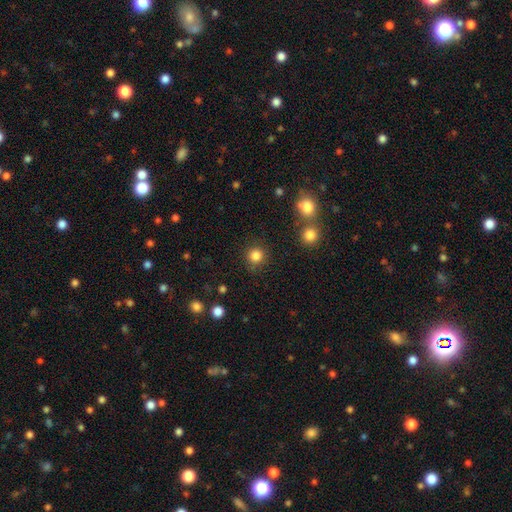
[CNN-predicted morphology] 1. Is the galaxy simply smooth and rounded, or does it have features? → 84% smooth, 12% star or artifact, 4% featured or disk.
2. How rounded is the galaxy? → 93% round, 6% in between, 1% cigar-shaped.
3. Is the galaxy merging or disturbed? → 87% none, 7% minor disturbance, 3% major disturbance, 3% merger.